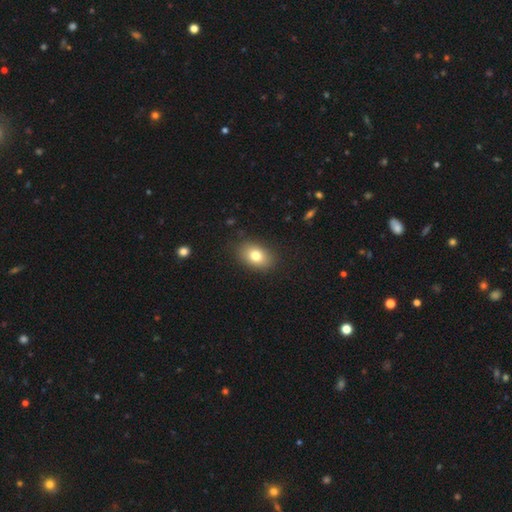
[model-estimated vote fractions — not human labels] This appears to be a smooth galaxy with no disk features (78%) that is in between round and cigar-shaped (81%). Merging: none (87%).